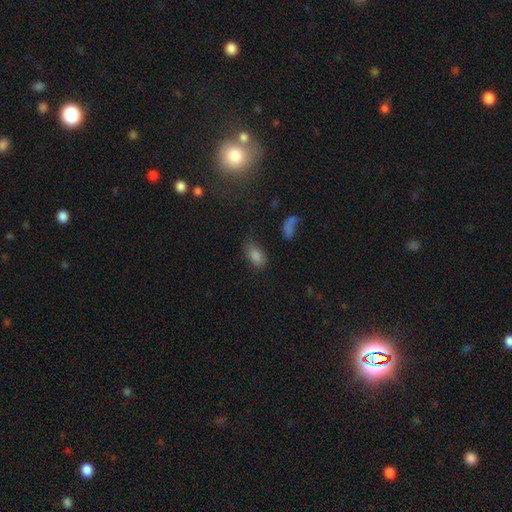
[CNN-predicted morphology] Smooth or featured? Predicted: smooth (p=0.81). How rounded? Predicted: in between (p=0.91). Merging? Predicted: none (p=0.60).